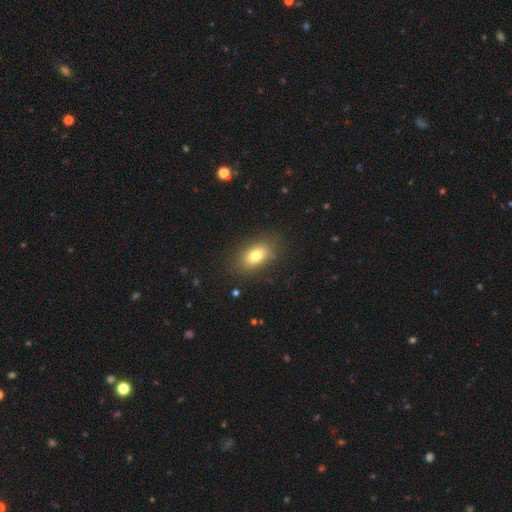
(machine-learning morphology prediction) Smooth or featured? Predicted: smooth (p=0.77). How rounded? Predicted: in between (p=0.87). Merging? Predicted: none (p=0.82).